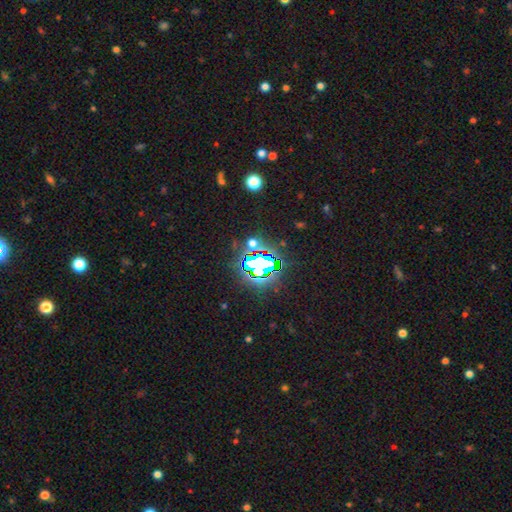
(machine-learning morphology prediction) This is likely a star or artifact rather than a galaxy (78%).